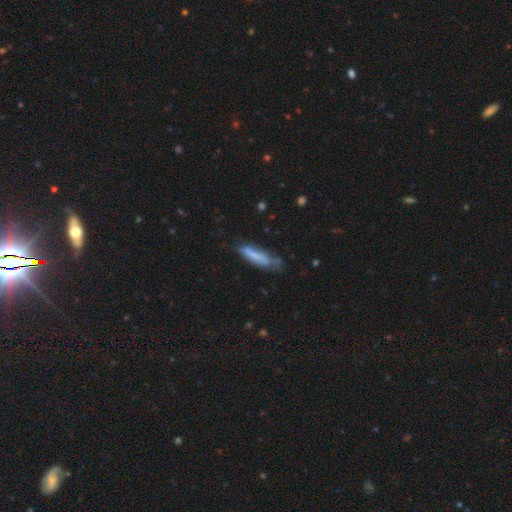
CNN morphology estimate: This is likely a smooth galaxy (61%). How rounded: likely cigar-shaped (71%). Merging: possibly none (49%).